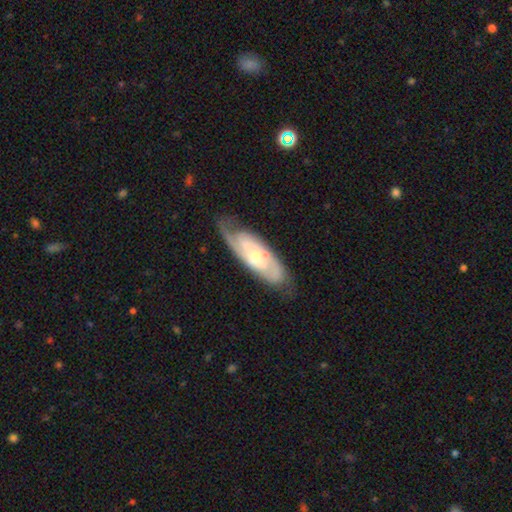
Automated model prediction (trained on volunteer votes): Q: Smooth or featured?
A: featured or disk (79%); runner-up: smooth (16%)
Q: Edge-on disk?
A: no (87%); runner-up: yes (13%)
Q: Bar?
A: no (66%); runner-up: weak (27%)
Q: Spiral arms?
A: yes (93%); runner-up: no (7%)
Q: Spiral winding?
A: tight (55%); runner-up: medium (35%)
Q: Spiral arm count?
A: 2 (62%); runner-up: can't tell (22%)
Q: Bulge size?
A: small (49%); runner-up: moderate (46%)
Q: Merging?
A: none (71%); runner-up: minor disturbance (20%)